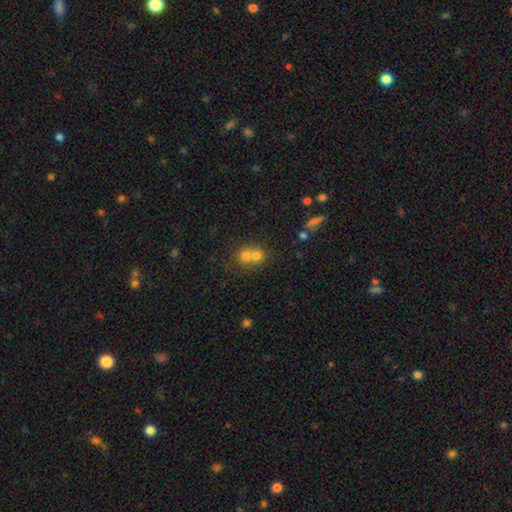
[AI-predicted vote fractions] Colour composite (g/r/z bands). It shows a smooth galaxy with no disk features (68%) that is round (77%). Merging: merger (65%).